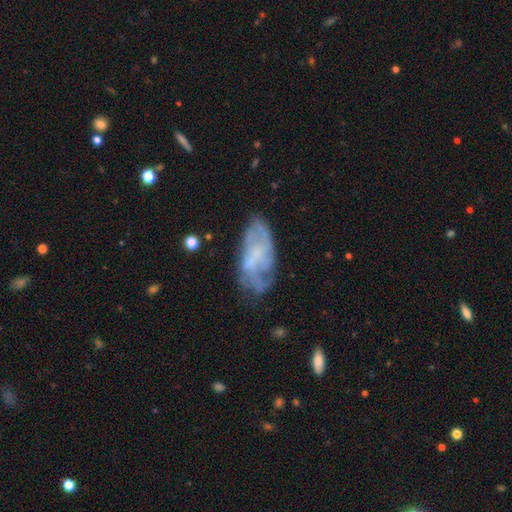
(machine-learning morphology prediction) type=featured or disk (60%); edge-on=no (94%); bar=no (60%); spiral arms=yes (55%); bulge=none (55%); merging=none (54%).